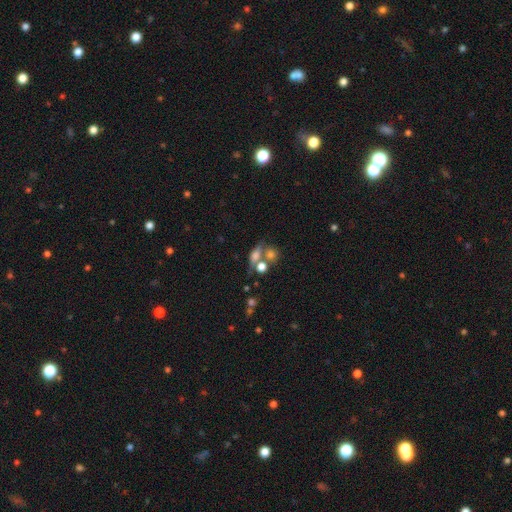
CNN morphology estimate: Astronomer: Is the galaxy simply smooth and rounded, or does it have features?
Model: smooth — 60%.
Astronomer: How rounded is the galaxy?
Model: in between — 46% (runner-up: round, 42%).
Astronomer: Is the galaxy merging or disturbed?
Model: none — 41% (runner-up: merger, 37%).